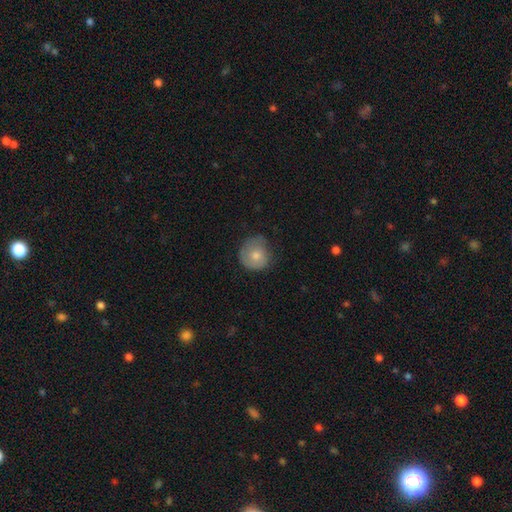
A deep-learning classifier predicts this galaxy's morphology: smooth-or-featured: smooth: 73% | featured or disk: 20% | star or artifact: 7%
  how-rounded: round: 86% | in between: 13% | cigar-shaped: 1%
  merging: none: 59% | minor disturbance: 30% | major disturbance: 10% | merger: 1%